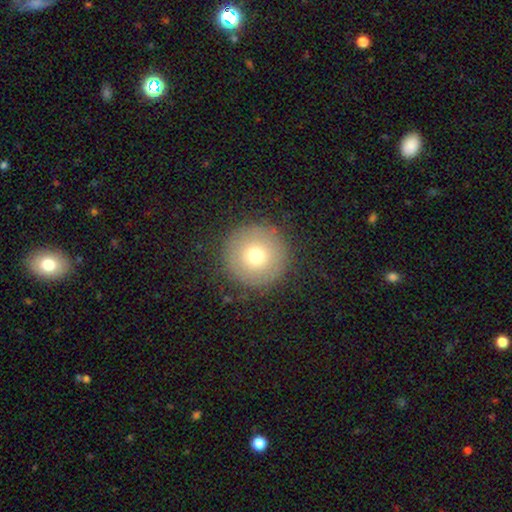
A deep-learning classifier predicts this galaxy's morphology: Smooth or featured: smooth — 72% (featured or disk — 17%)
How rounded: round — 97% (in between — 2%)
Merging: none — 89% (minor disturbance — 7%)